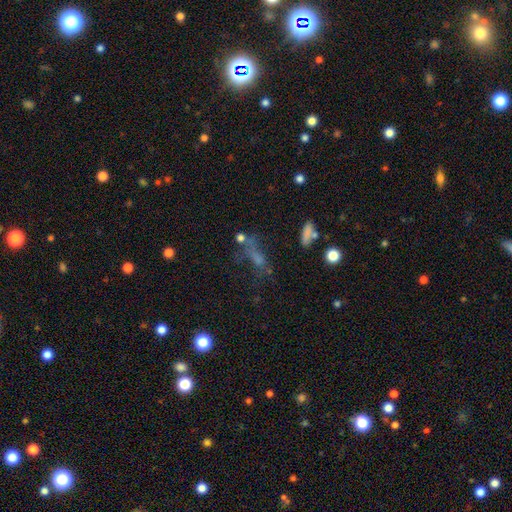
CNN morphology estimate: Smooth or featured?
  - smooth: 39% *
  - featured or disk: 30%
  - star or artifact: 30%
Merging?
  - none: 42% *
  - major disturbance: 27%
  - minor disturbance: 17%
  - merger: 14%